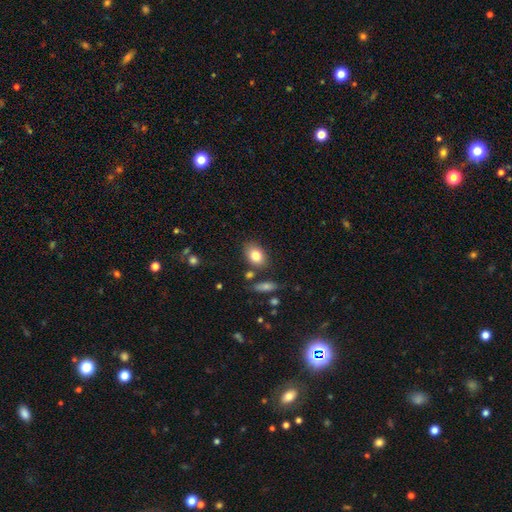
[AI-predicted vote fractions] This is clearly a smooth galaxy (81%). How rounded: likely in between (78%). Merging: likely none (76%).